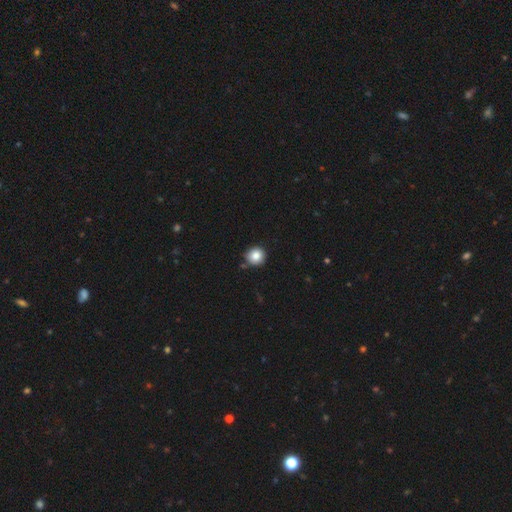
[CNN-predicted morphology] The model was most divided on "merging": none: 83%, minor disturbance: 11%, merger: 4%, major disturbance: 2%. More confident: how rounded — round (93%); smooth or featured — smooth (85%).